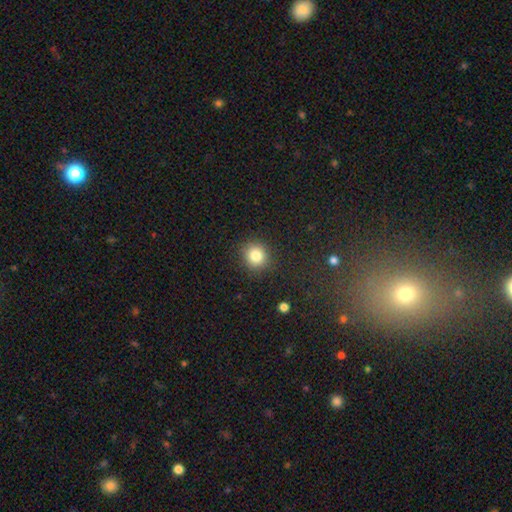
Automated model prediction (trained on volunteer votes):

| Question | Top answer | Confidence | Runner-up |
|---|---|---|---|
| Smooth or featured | smooth | 83% | star or artifact (11%) |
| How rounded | round | 88% | in between (11%) |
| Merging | none | 90% | minor disturbance (7%) |